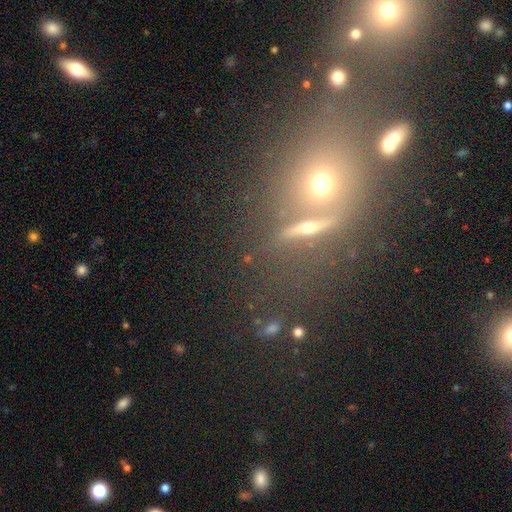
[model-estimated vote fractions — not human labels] smooth-or-featured: star or artifact: 42% | smooth: 34% | featured or disk: 25%